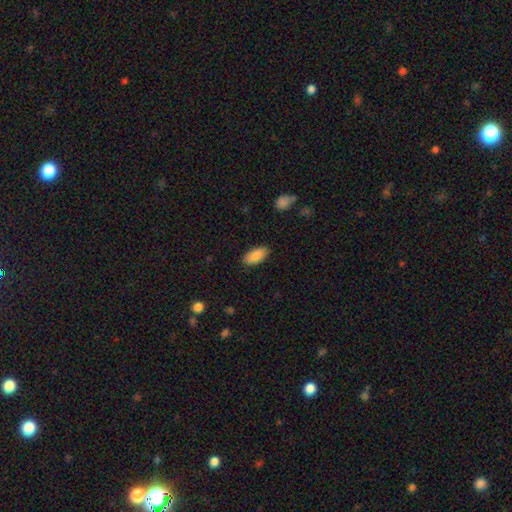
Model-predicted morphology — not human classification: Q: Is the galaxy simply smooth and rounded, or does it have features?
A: smooth — 87%.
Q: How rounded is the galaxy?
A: in between — 91%.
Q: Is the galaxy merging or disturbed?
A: none — 87%.